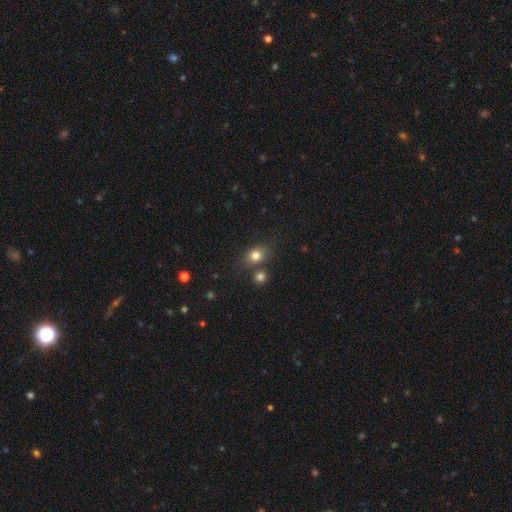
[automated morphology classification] type=smooth (79%); roundness=round (54%); merging=none (68%).